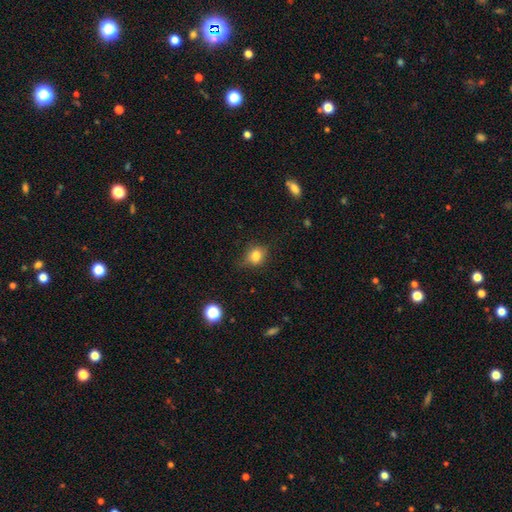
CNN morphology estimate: Smooth or featured?
  - smooth: 81% *
  - star or artifact: 11%
  - featured or disk: 7%
How rounded?
  - round: 64% *
  - in between: 35%
  - cigar-shaped: 1%
Merging?
  - none: 71% *
  - minor disturbance: 22%
  - major disturbance: 5%
  - merger: 1%